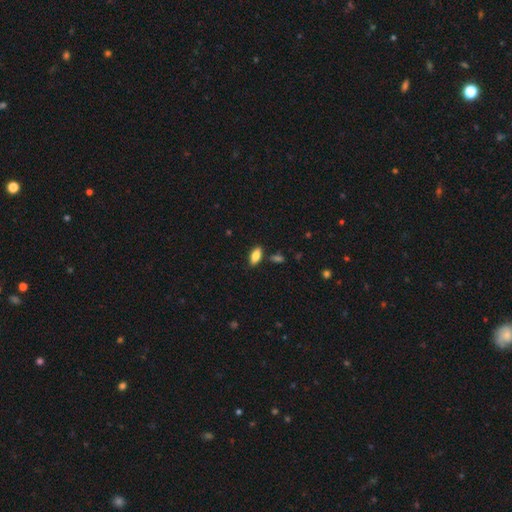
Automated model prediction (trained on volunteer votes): smooth-or-featured: smooth: 84% | featured or disk: 9% | star or artifact: 7%
  how-rounded: in between: 88% | cigar-shaped: 9% | round: 3%
  merging: none: 83% | minor disturbance: 11% | merger: 4% | major disturbance: 2%